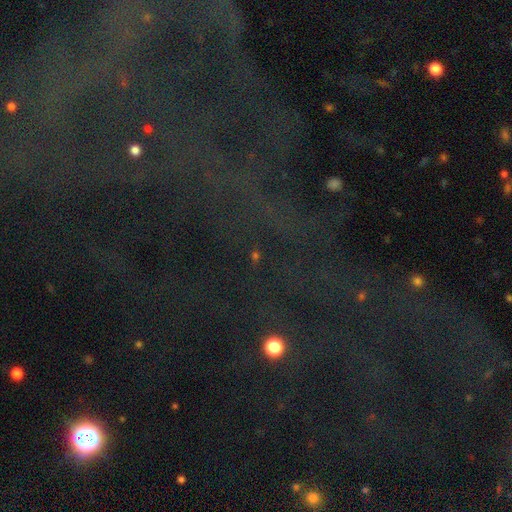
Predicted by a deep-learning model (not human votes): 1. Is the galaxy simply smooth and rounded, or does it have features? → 66% star or artifact, 25% smooth, 9% featured or disk.